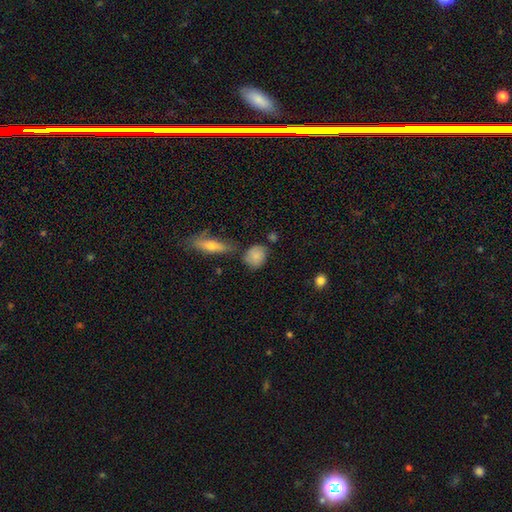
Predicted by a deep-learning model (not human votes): smooth_or_featured: smooth (p=0.81) [alt: featured or disk p=0.11]
how_rounded: round (p=0.56) [alt: in between p=0.41]
merging: none (p=0.65) [alt: minor disturbance p=0.20]